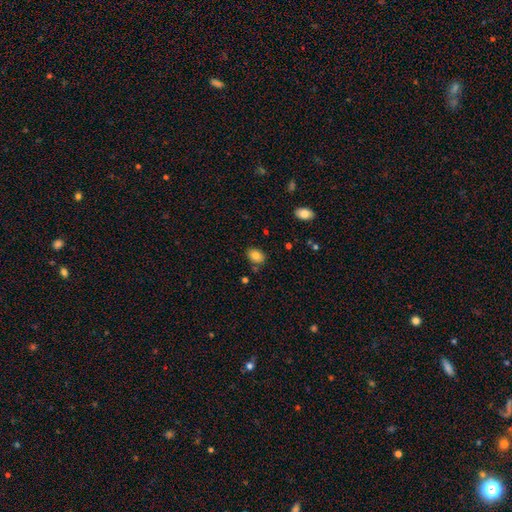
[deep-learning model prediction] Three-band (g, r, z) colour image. It shows a smooth galaxy with no disk features (83%) that is in between round and cigar-shaped (78%). Merging: none (80%).